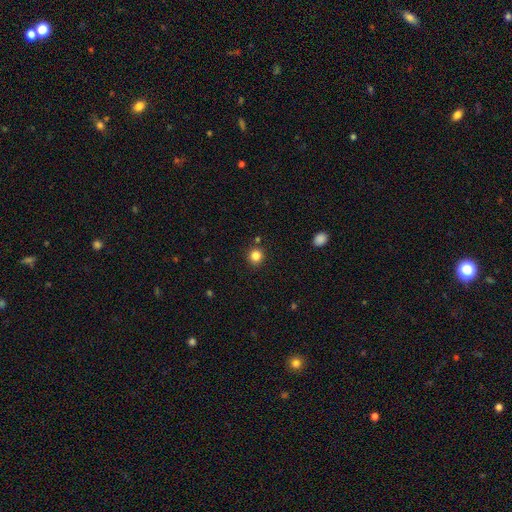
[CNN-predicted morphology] Overall: smooth (84%). How rounded: round (91%). Merging: none (88%).